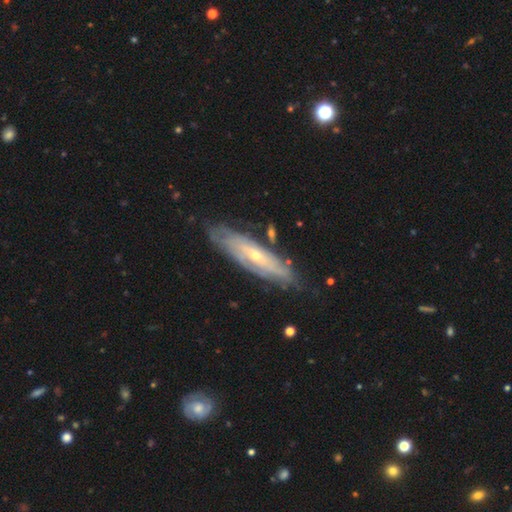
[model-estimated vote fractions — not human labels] smooth_or_featured: featured or disk (p=0.76) [alt: smooth p=0.18]
disk_edge_on: no (p=0.71) [alt: yes p=0.29]
bar: no (p=0.72) [alt: weak p=0.22]
has_spiral_arms: yes (p=0.79) [alt: no p=0.21]
bulge_size: small (p=0.71) [alt: moderate p=0.26]
merging: none (p=0.75) [alt: minor disturbance p=0.18]